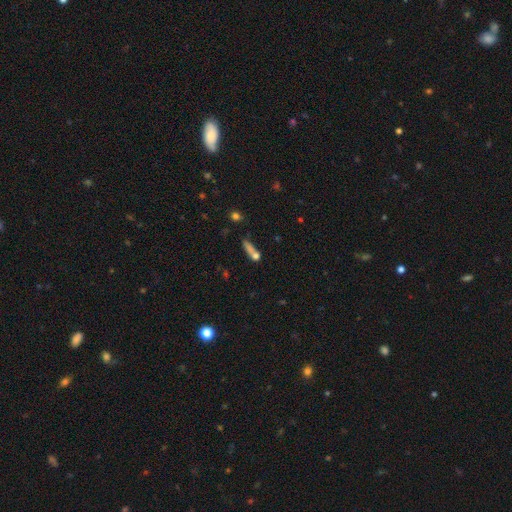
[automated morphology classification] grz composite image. It shows a smooth galaxy with no disk features (49%). Merging: none (58%).